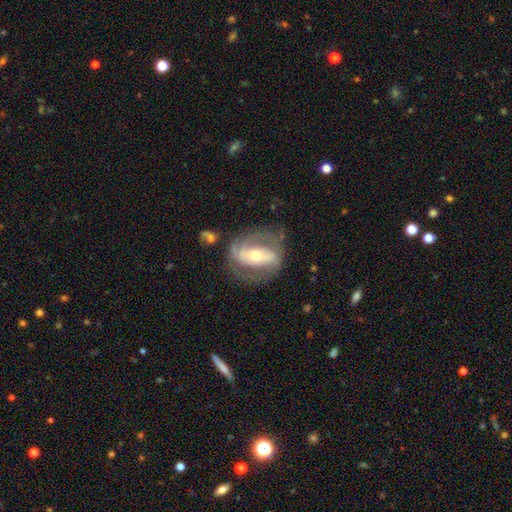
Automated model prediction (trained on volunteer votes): featured or disk 77%, smooth 17%, star or artifact 6%. Down the decision tree: edge-on disk — no (94%); bar — strong (47%); spiral arms — yes (80%); spiral arm count — 2 (76%); spiral winding — medium (43%); bulge size — moderate (61%); merging — none (65%).